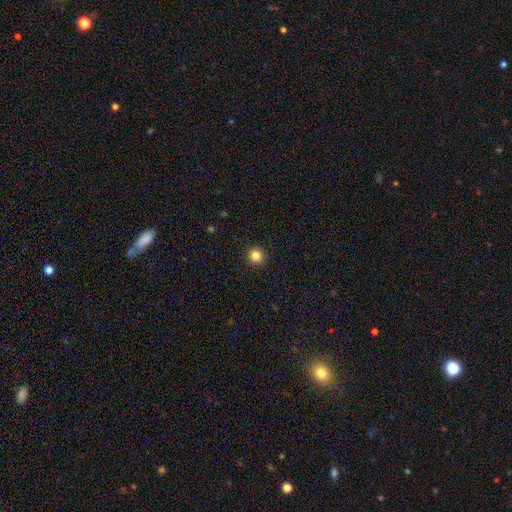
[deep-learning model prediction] Smooth or featured? smooth (83%)
How rounded? round (95%)
Merging? none (93%)